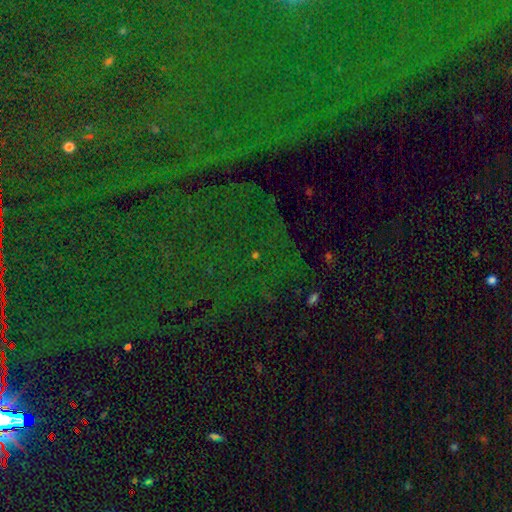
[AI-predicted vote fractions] Smooth or featured? star or artifact (75%)